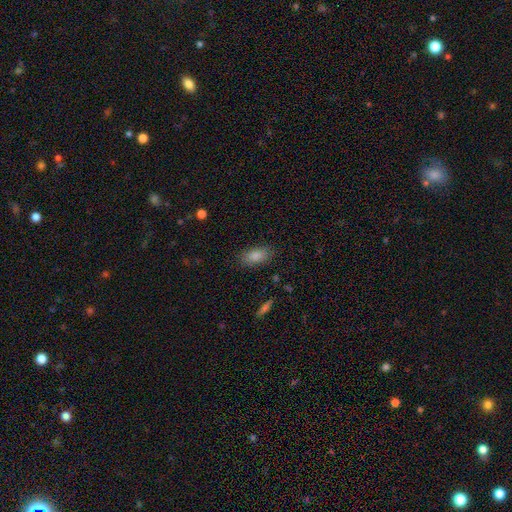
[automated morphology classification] The model was most divided on "merging": none: 84%, minor disturbance: 12%, major disturbance: 3%, merger: 1%. More confident: how rounded — in between (90%); smooth or featured — smooth (86%).